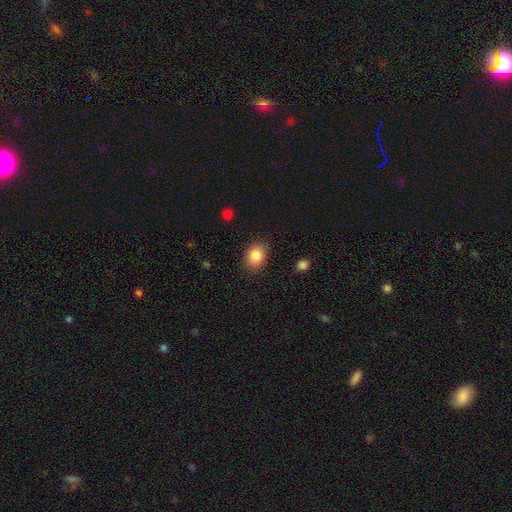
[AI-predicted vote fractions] Smooth or featured?
  - smooth: 86% *
  - star or artifact: 8%
  - featured or disk: 6%
How rounded?
  - in between: 61% *
  - round: 38%
  - cigar-shaped: 1%
Merging?
  - none: 85% *
  - minor disturbance: 11%
  - major disturbance: 3%
  - merger: 1%